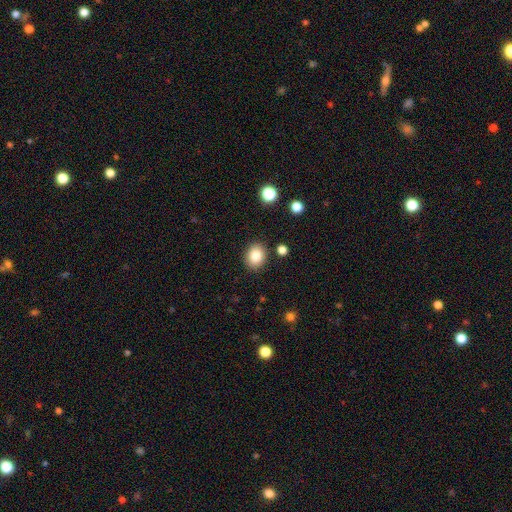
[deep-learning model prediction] A smooth galaxy with no disk features (84%) that is round (50%).

Vote fractions:
- Smooth or featured? smooth: 84% / star or artifact: 9% / featured or disk: 7%
- How rounded? round: 50% / in between: 49% / cigar-shaped: 1%
- Merging? none: 87% / minor disturbance: 8% / major disturbance: 2% / merger: 2%